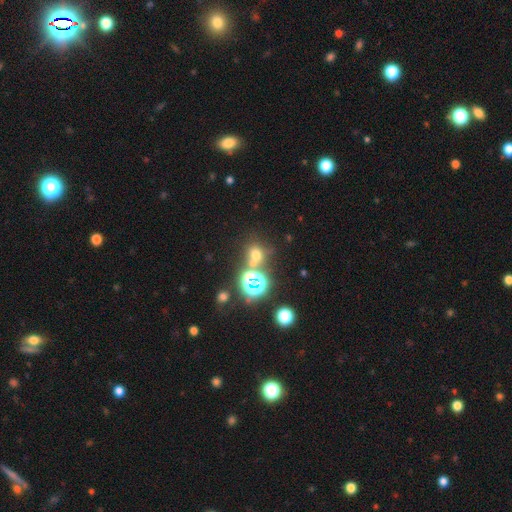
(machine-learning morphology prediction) Smooth or featured: smooth — 53% (star or artifact — 38%)
How rounded: round — 79% (in between — 19%)
Merging: none — 64% (merger — 21%)